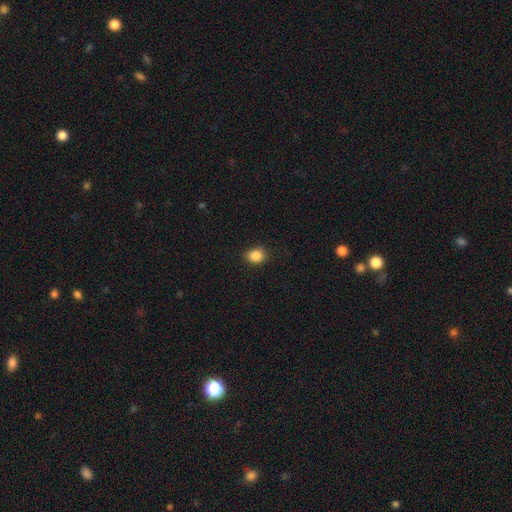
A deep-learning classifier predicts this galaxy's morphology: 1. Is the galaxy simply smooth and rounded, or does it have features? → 86% smooth, 10% star or artifact, 4% featured or disk.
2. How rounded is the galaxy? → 63% round, 37% in between, 1% cigar-shaped.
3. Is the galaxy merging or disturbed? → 85% none, 12% minor disturbance, 3% major disturbance, 1% merger.